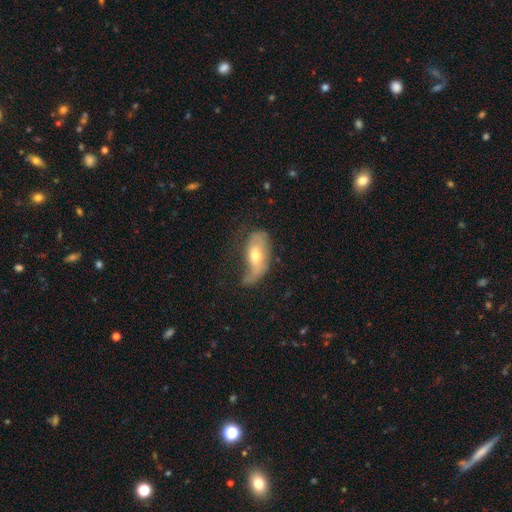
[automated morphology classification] type=smooth (48%); merging=major disturbance (34%).